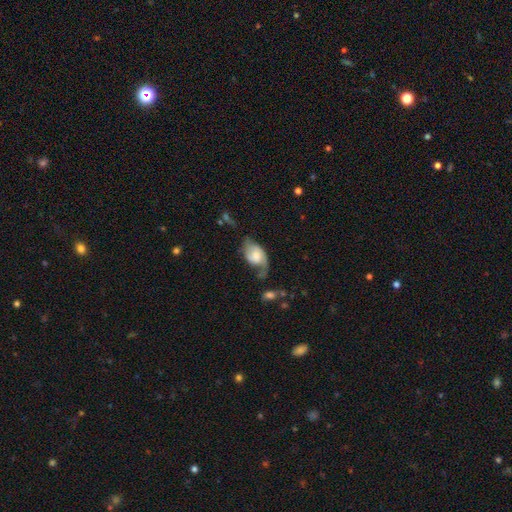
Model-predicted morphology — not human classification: Smooth or featured: featured or disk — 53% (smooth — 40%)
Edge-on disk: no — 95% (yes — 5%)
Merging: major disturbance — 34% (none — 30%)